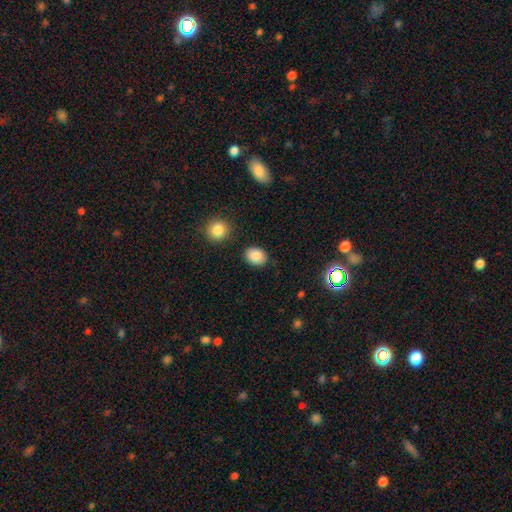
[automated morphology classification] A smooth galaxy with no disk features (86%) that is in between round and cigar-shaped (54%). Merging: none (86%).